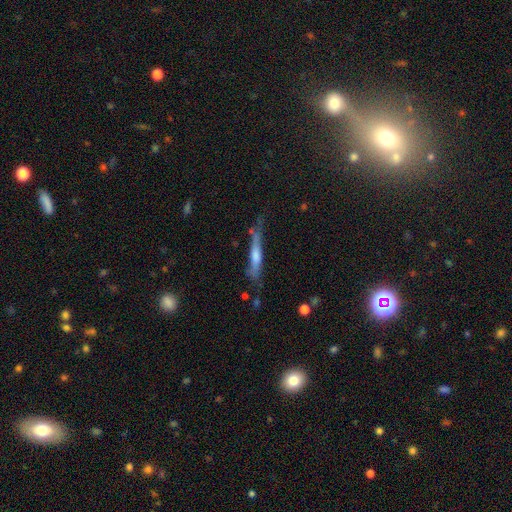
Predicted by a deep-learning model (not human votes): The model was most divided on "smooth or featured": featured or disk: 56%, smooth: 35%, star or artifact: 9%. More confident: edge-on disk — yes (87%); merging — none (59%).